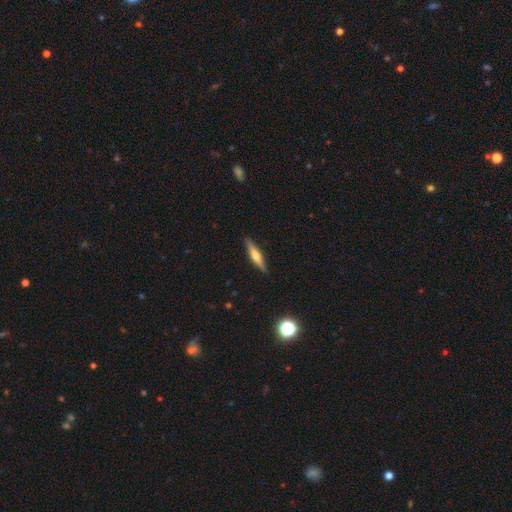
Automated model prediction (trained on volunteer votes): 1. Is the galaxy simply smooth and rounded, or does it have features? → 54% featured or disk, 39% smooth, 7% star or artifact.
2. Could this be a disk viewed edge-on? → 96% yes, 4% no.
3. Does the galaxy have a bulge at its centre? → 84% rounded, 9% boxy, 7% none.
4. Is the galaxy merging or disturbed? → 89% none, 8% minor disturbance, 2% major disturbance, 1% merger.